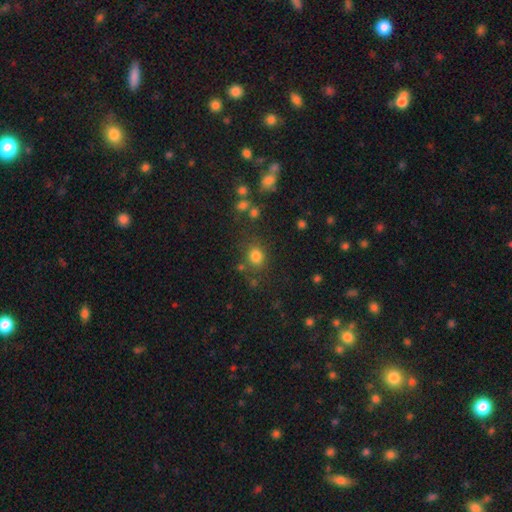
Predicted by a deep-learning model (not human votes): Smooth or featured? Predicted: smooth (p=0.79). How rounded? Predicted: round (p=0.74). Merging? Predicted: none (p=0.74).